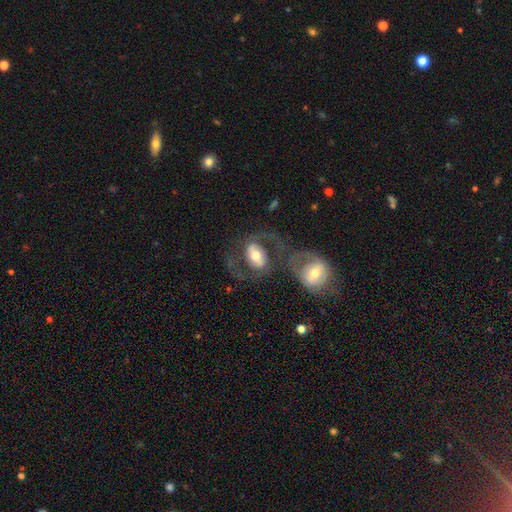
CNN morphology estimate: Q: Smooth or featured?
A: featured or disk (64%); runner-up: smooth (30%)
Q: Edge-on disk?
A: no (95%); runner-up: yes (5%)
Q: Bar?
A: weak (34%); tied with: strong (34%)
Q: Spiral arms?
A: yes (70%); runner-up: no (30%)
Q: Bulge size?
A: moderate (67%); runner-up: large (16%)
Q: Merging?
A: none (48%); runner-up: merger (26%)